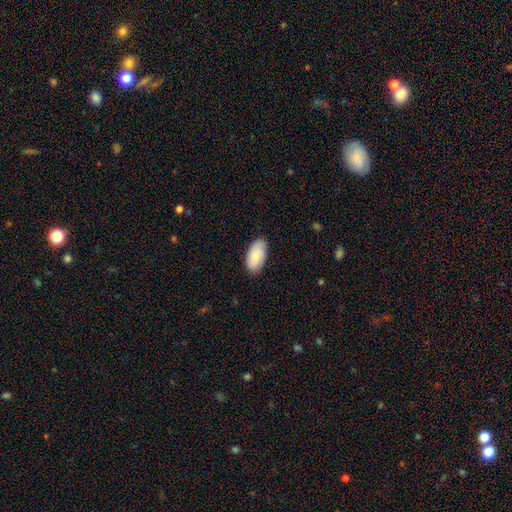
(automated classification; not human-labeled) Morphology: type=smooth (85%); roundness=in between (95%); merging=none (82%).